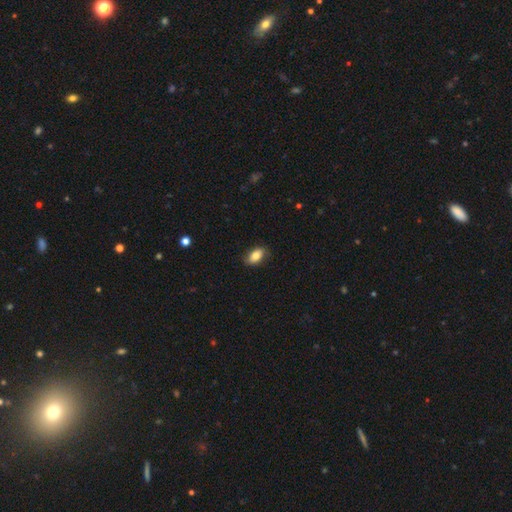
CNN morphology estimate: smooth_or_featured: smooth (p=0.81) [alt: featured or disk p=0.11]
how_rounded: in between (p=0.90) [alt: round p=0.07]
merging: none (p=0.80) [alt: minor disturbance p=0.15]